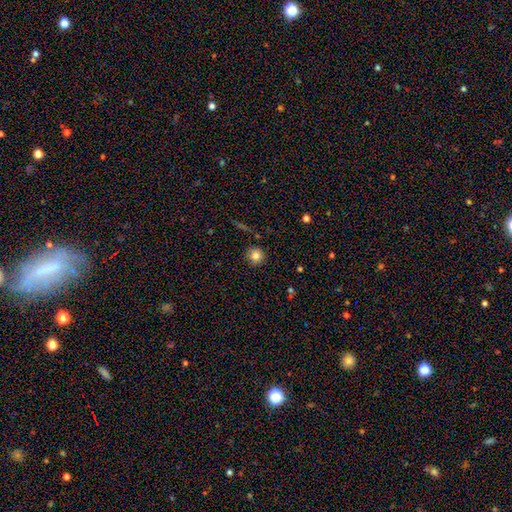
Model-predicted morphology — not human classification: Smooth or featured? smooth (82%)
How rounded? round (92%)
Merging? none (87%)